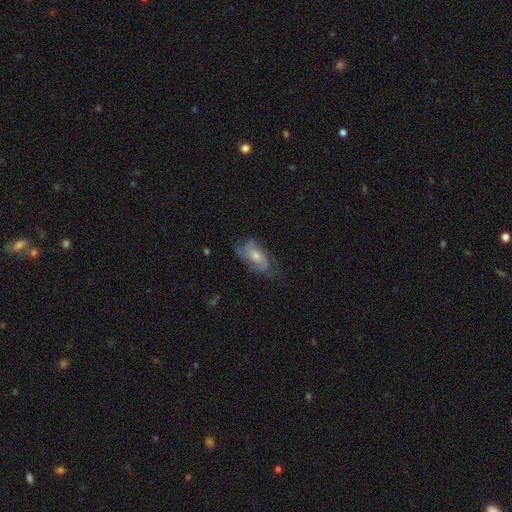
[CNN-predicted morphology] Smooth or featured?
  - featured or disk: 71% *
  - smooth: 20%
  - star or artifact: 9%
Edge-on disk?
  - no: 94% *
  - yes: 6%
Bar?
  - no: 62% *
  - weak: 32%
  - strong: 6%
Spiral arms?
  - yes: 92% *
  - no: 8%
Spiral winding?
  - medium: 46% *
  - tight: 36%
  - loose: 18%
Spiral arm count?
  - 2: 45% *
  - can't tell: 23%
  - 3: 20%
  - 4: 5%
  - 1: 4%
  - more than 4: 3%
Bulge size?
  - moderate: 58% *
  - small: 24%
  - large: 10%
  - none: 6%
  - dominant: 1%
Merging?
  - none: 68% *
  - minor disturbance: 21%
  - major disturbance: 10%
  - merger: 1%